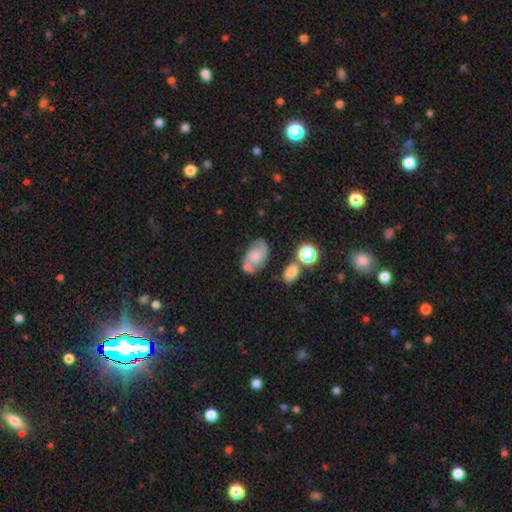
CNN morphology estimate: Q: Smooth or featured?
A: smooth (47%); runner-up: featured or disk (42%)
Q: Merging?
A: none (48%); runner-up: minor disturbance (22%)